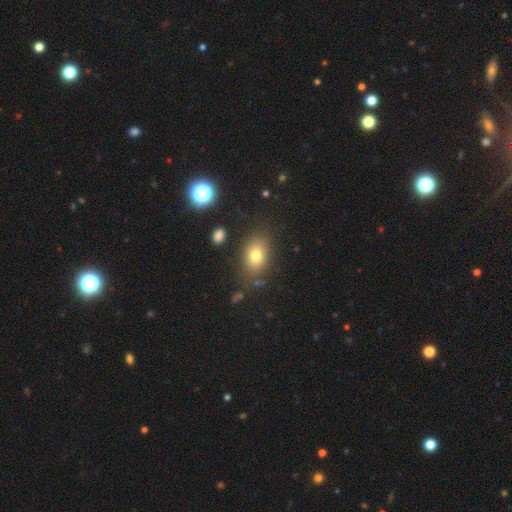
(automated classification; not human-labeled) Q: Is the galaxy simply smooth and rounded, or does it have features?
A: smooth — 77%.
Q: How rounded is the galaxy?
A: in between — 77%.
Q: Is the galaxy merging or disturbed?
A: none — 79%.